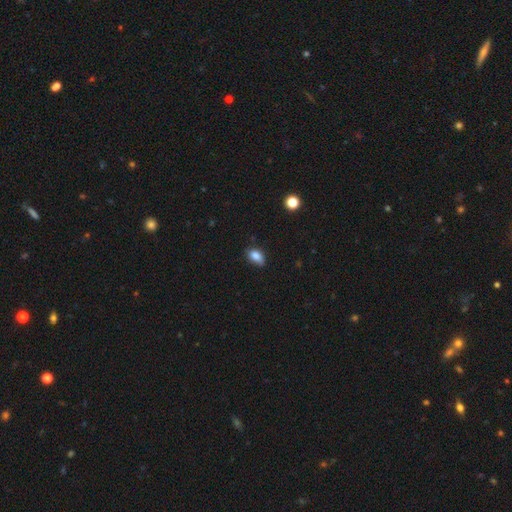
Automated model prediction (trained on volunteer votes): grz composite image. It shows a smooth galaxy with no disk features (83%) that is in between round and cigar-shaped (85%). Merging: none (63%).